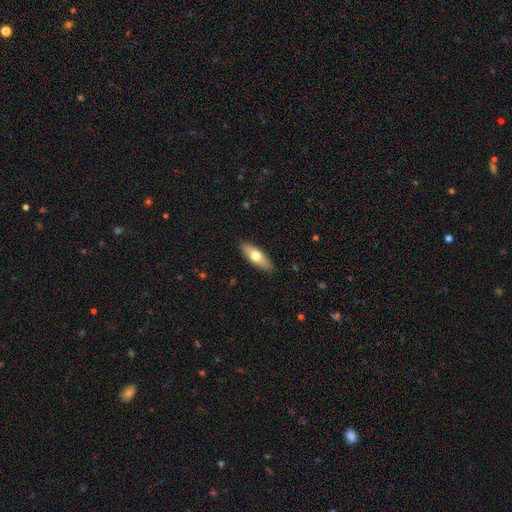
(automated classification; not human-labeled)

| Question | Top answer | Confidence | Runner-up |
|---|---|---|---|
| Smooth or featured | smooth | 66% | featured or disk (28%) |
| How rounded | in between | 66% | cigar-shaped (31%) |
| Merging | none | 89% | minor disturbance (8%) |